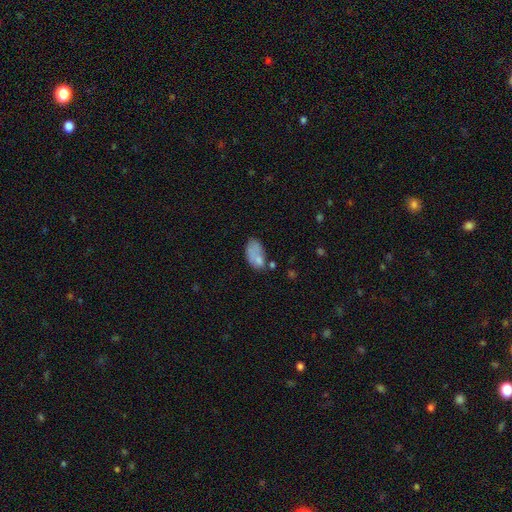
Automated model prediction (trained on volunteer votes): Smooth or featured? Predicted: smooth (p=0.73). How rounded? Predicted: in between (p=0.91). Merging? Predicted: none (p=0.36).